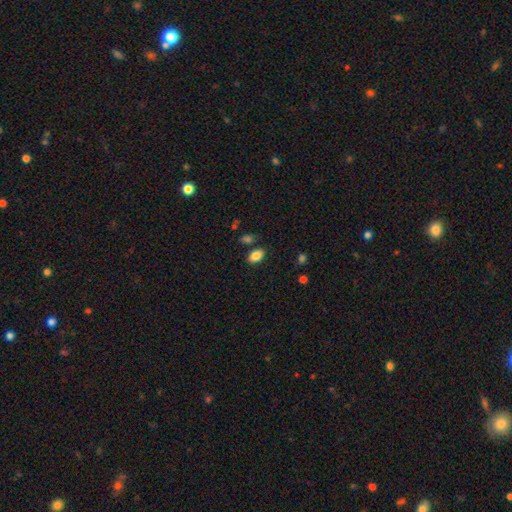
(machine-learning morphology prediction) Q: Smooth or featured?
A: smooth (86%); runner-up: star or artifact (8%)
Q: How rounded?
A: in between (90%); runner-up: round (9%)
Q: Merging?
A: none (81%); runner-up: minor disturbance (11%)